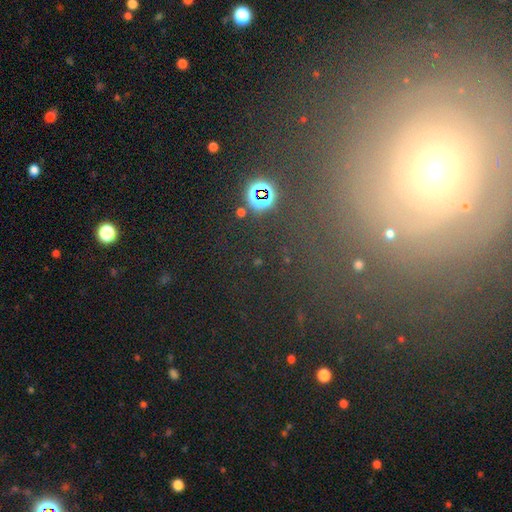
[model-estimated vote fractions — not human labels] Smooth or featured? star or artifact (41%)